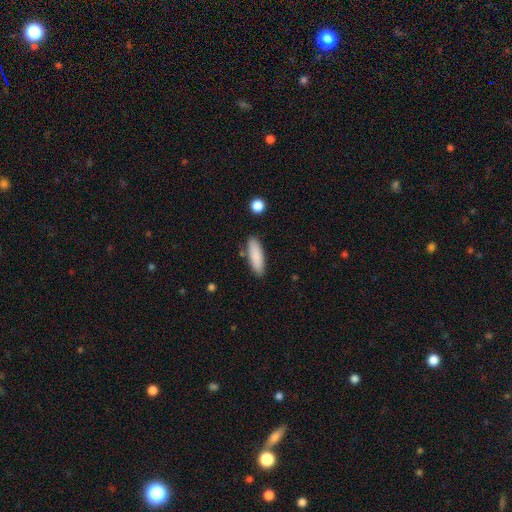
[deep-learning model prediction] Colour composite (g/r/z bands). It shows a smooth galaxy with no disk features (87%) that is in between round and cigar-shaped (55%). Merging: none (83%).